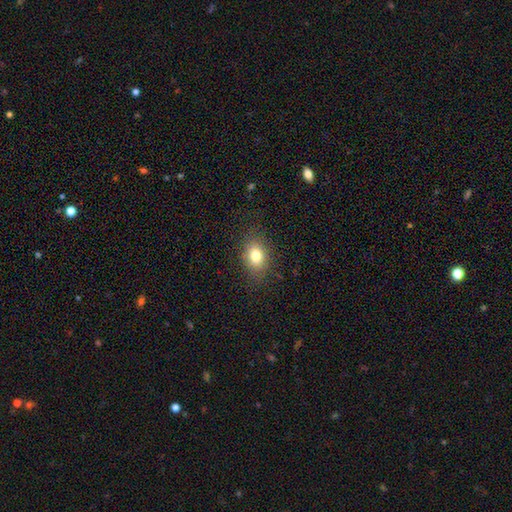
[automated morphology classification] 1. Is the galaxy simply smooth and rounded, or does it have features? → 78% smooth, 11% featured or disk, 11% star or artifact.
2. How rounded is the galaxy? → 70% in between, 29% round, 1% cigar-shaped.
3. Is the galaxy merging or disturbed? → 82% none, 12% minor disturbance, 4% major disturbance, 1% merger.